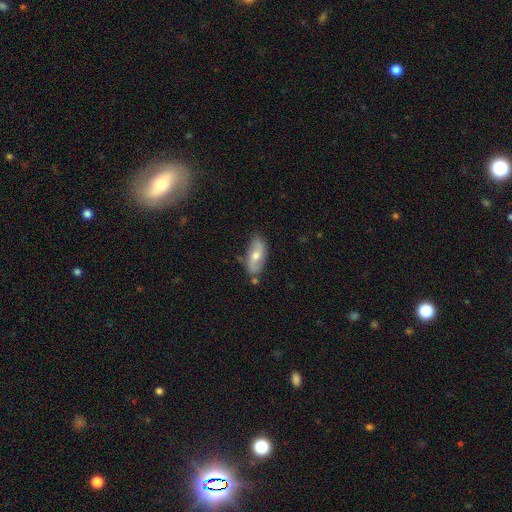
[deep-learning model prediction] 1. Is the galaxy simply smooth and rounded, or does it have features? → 50% featured or disk, 43% smooth, 7% star or artifact.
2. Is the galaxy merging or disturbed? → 72% none, 19% minor disturbance, 4% major disturbance, 4% merger.